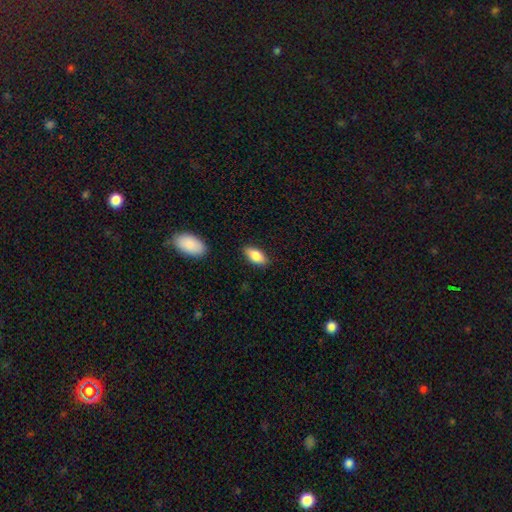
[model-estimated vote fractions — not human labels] A smooth galaxy with no disk features (82%) that is in between round and cigar-shaped (89%).

Vote fractions:
- Smooth or featured? smooth: 82% / featured or disk: 11% / star or artifact: 7%
- How rounded? in between: 89% / cigar-shaped: 7% / round: 3%
- Merging? none: 85% / minor disturbance: 11% / major disturbance: 2% / merger: 2%